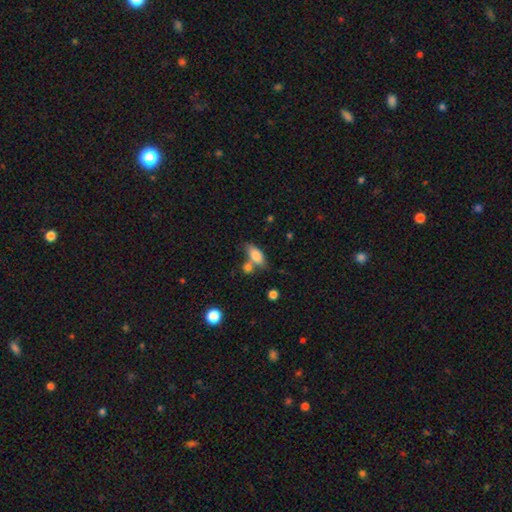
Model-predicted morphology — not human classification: smooth-or-featured: smooth: 81% | featured or disk: 12% | star or artifact: 8%
  how-rounded: in between: 80% | cigar-shaped: 16% | round: 4%
  merging: none: 50% | merger: 28% | minor disturbance: 16% | major disturbance: 6%